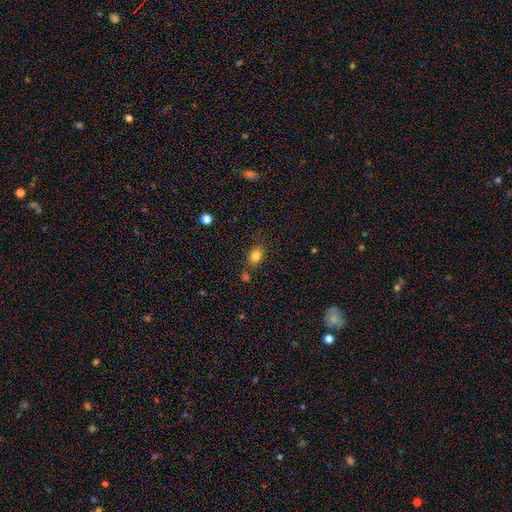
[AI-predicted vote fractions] smooth_or_featured: smooth (p=0.82) [alt: star or artifact p=0.11]
how_rounded: in between (p=0.62) [alt: round p=0.36]
merging: none (p=0.73) [alt: minor disturbance p=0.15]